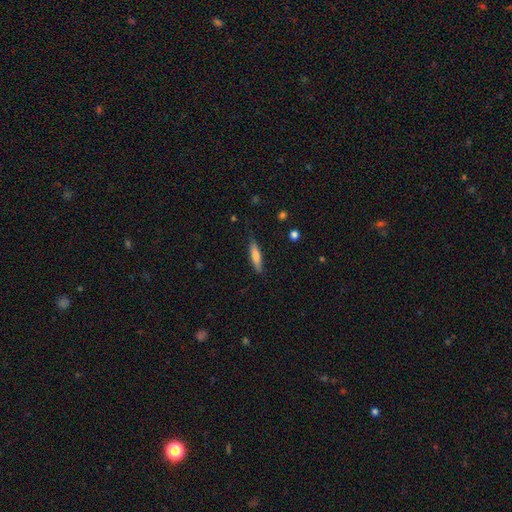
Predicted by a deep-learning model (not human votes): smooth_or_featured: smooth (p=0.70) [alt: featured or disk p=0.25]
how_rounded: cigar-shaped (p=0.77) [alt: in between p=0.21]
merging: none (p=0.80) [alt: minor disturbance p=0.16]